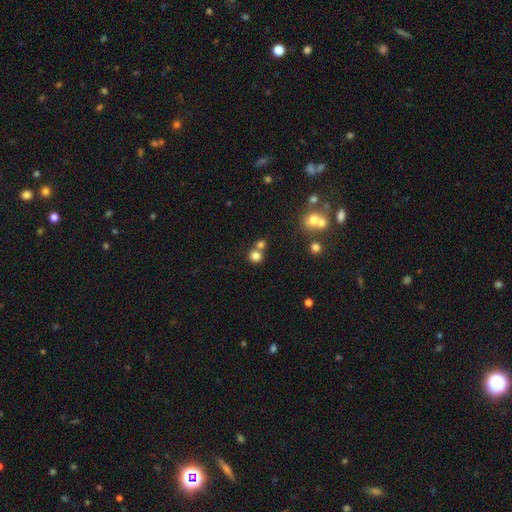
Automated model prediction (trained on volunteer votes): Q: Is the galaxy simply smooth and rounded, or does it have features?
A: smooth — 77%.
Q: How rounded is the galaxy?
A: round — 88%.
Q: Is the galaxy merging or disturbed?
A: none — 55%.